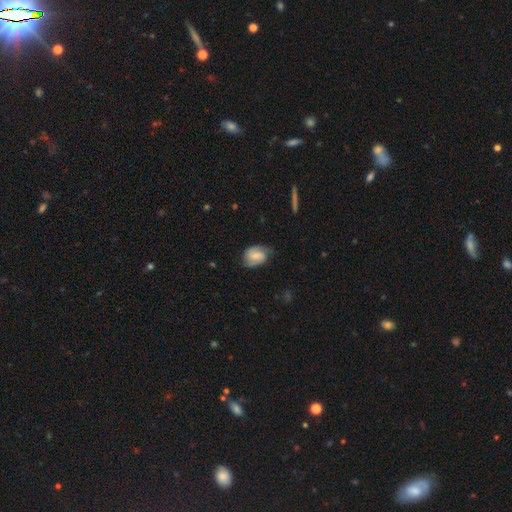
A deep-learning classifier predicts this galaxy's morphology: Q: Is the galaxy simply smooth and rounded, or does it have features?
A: featured or disk — 52%.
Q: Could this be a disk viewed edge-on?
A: no — 97%.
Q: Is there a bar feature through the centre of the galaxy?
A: weak — 46%.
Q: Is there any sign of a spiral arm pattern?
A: yes — 90%.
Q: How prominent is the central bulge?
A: small — 43%.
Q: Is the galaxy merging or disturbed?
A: none — 66%.